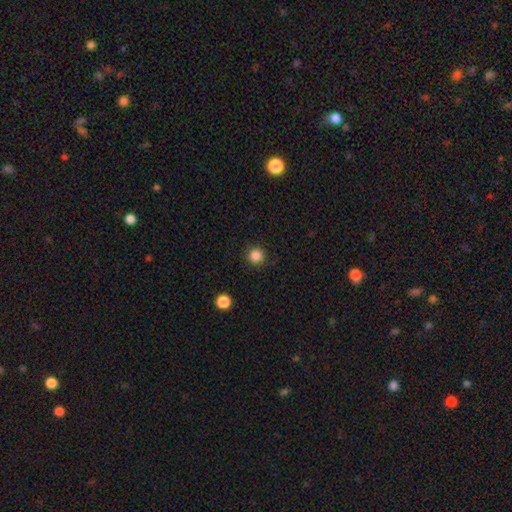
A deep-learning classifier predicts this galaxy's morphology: This is clearly a smooth galaxy (86%). How rounded: clearly round (95%). Merging: clearly none (91%).